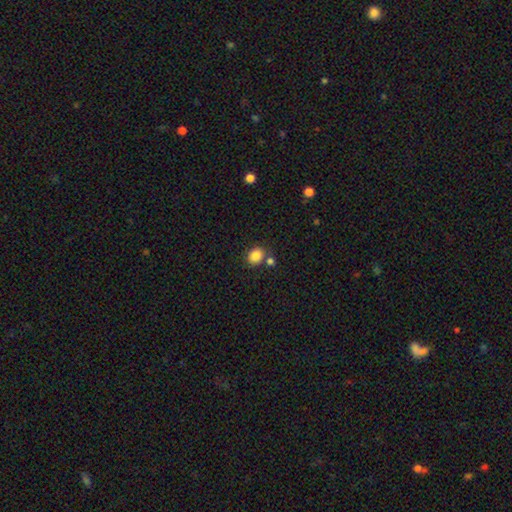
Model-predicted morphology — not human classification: This appears to be a smooth galaxy with no disk features (86%) that is in between round and cigar-shaped (50%). Merging: none (71%).